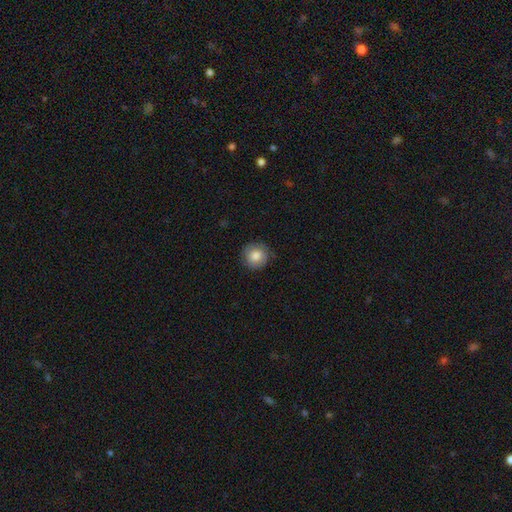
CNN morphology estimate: Overall: smooth (81%). How rounded: round (93%). Merging: none (84%).